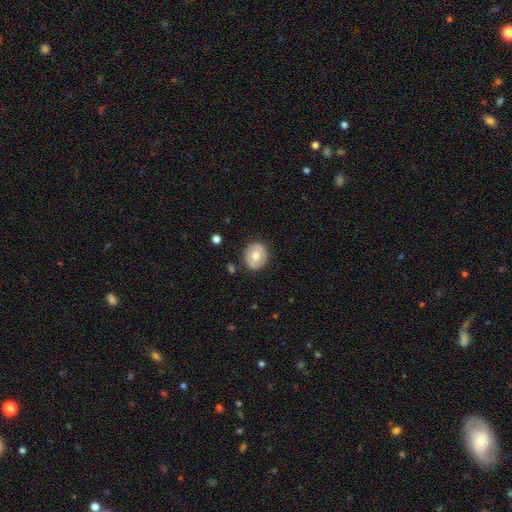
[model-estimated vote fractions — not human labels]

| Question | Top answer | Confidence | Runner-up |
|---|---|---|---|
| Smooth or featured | smooth | 64% | featured or disk (29%) |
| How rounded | round | 76% | in between (23%) |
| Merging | none | 84% | minor disturbance (12%) |